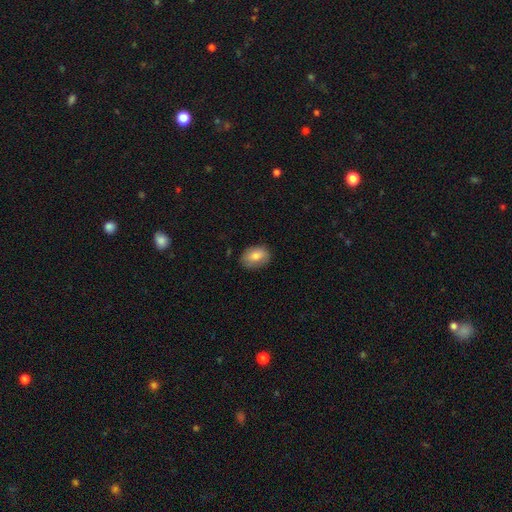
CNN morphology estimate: smooth 79%, featured or disk 14%, star or artifact 7%. Down the decision tree: how rounded — in between (76%); merging — none (81%).